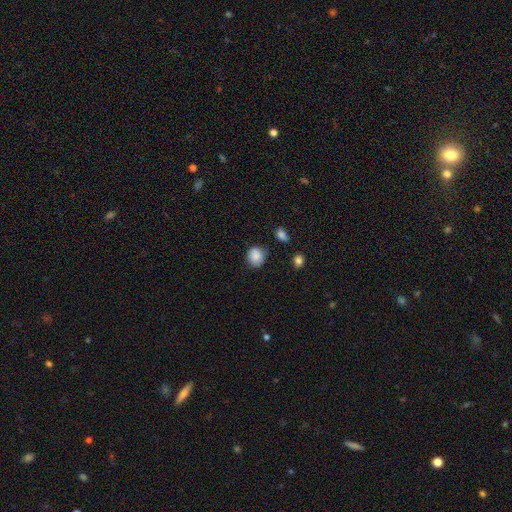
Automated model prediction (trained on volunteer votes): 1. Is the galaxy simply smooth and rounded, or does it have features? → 85% smooth, 8% star or artifact, 7% featured or disk.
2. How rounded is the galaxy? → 73% round, 26% in between, 1% cigar-shaped.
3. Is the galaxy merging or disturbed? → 71% none, 21% minor disturbance, 4% major disturbance, 3% merger.